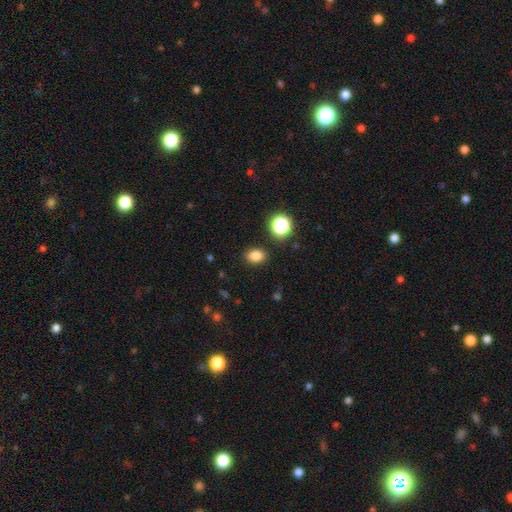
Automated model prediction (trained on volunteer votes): smooth_or_featured: smooth (p=0.82) [alt: star or artifact p=0.13]
how_rounded: in between (p=0.65) [alt: round p=0.34]
merging: none (p=0.87) [alt: minor disturbance p=0.08]